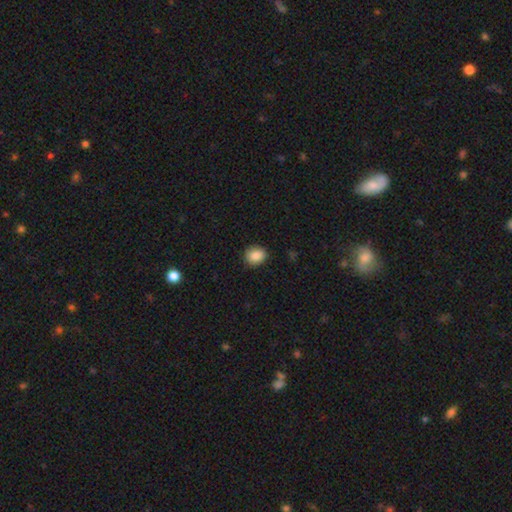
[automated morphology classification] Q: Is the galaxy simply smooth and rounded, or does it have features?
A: smooth — 86%.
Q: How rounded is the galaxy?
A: round — 65%.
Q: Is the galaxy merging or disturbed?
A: none — 86%.